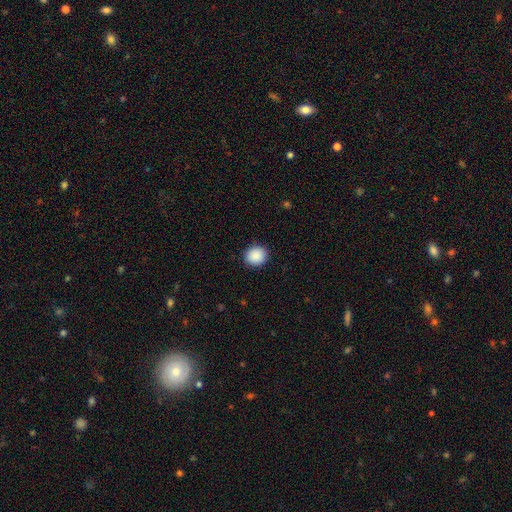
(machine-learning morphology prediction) The model was most divided on "how rounded": round: 86%, in between: 13%, cigar-shaped: 1%. More confident: merging — none (91%); smooth or featured — smooth (90%).